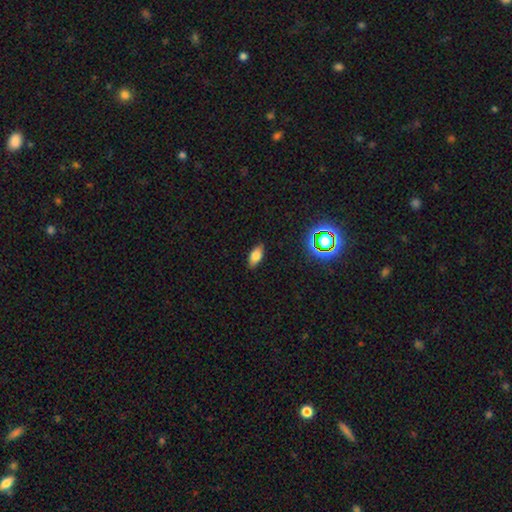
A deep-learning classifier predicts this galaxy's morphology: This is likely a smooth galaxy (77%). How rounded: clearly in between (88%). Merging: clearly none (87%).